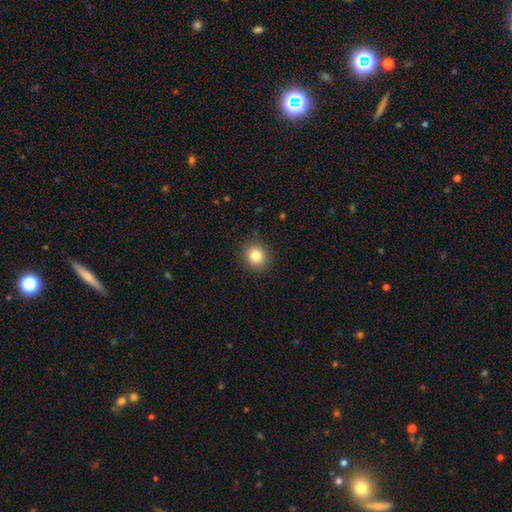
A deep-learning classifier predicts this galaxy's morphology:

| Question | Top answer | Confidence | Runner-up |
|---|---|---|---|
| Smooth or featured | smooth | 82% | star or artifact (11%) |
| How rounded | round | 88% | in between (11%) |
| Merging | none | 91% | minor disturbance (6%) |